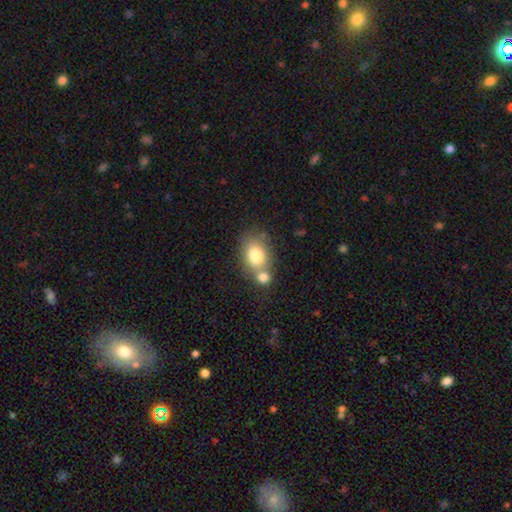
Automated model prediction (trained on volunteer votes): Smooth or featured: smooth — 77% (featured or disk — 14%)
How rounded: in between — 66% (round — 33%)
Merging: none — 43% (merger — 42%)